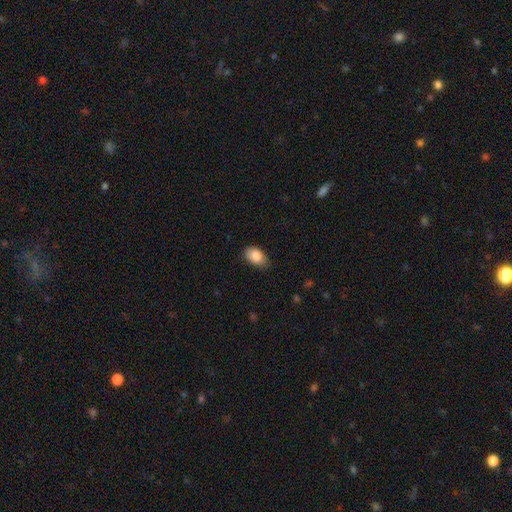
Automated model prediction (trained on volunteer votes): Q: Smooth or featured?
A: smooth (87%); runner-up: star or artifact (7%)
Q: How rounded?
A: in between (90%); runner-up: round (9%)
Q: Merging?
A: none (72%); runner-up: minor disturbance (23%)